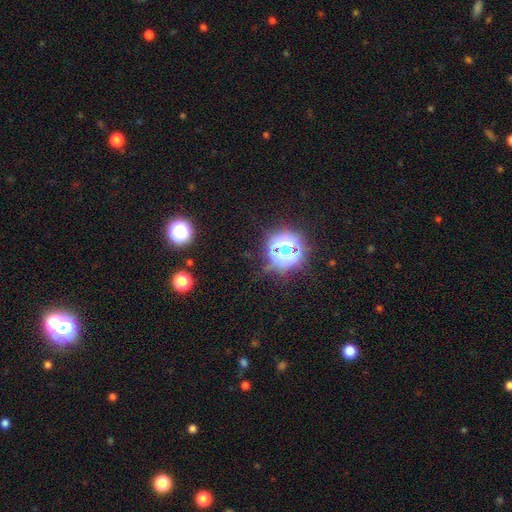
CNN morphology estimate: type=star or artifact (81%).